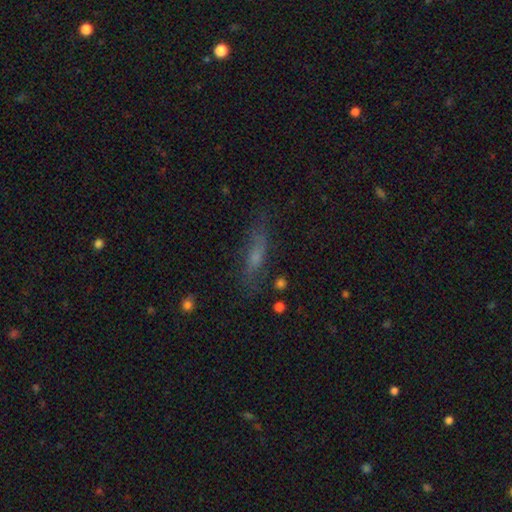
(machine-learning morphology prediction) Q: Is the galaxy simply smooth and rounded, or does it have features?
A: smooth — 48%.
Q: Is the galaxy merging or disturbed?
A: none — 68%.